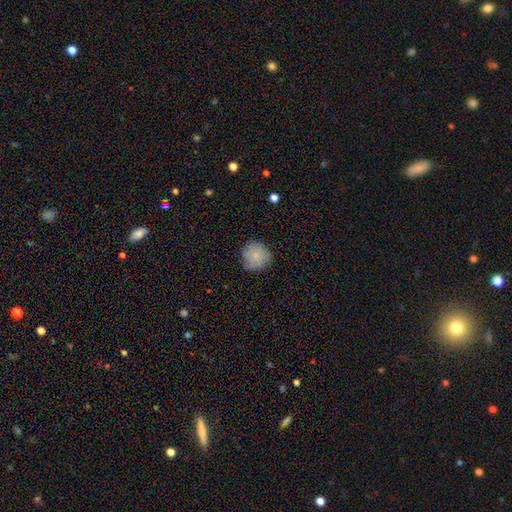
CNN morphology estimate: Q: Smooth or featured?
A: smooth (79%); runner-up: featured or disk (12%)
Q: How rounded?
A: round (91%); runner-up: in between (8%)
Q: Merging?
A: none (75%); runner-up: minor disturbance (19%)